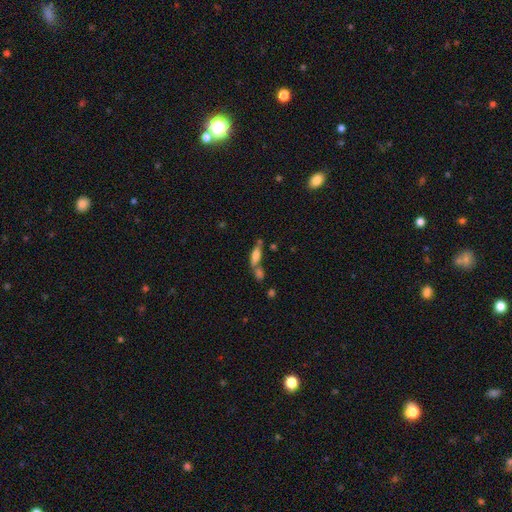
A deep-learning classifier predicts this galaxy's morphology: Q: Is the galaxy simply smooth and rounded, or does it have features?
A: smooth — 61%.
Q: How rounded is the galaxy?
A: cigar-shaped — 51%.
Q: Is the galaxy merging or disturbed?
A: none — 51%.